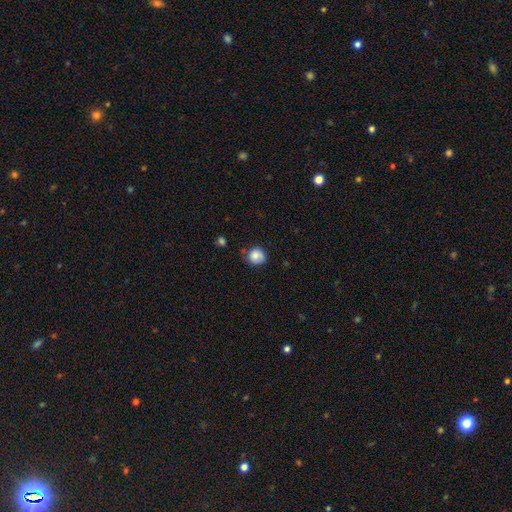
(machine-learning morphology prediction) Smooth or featured? smooth (79%)
How rounded? round (85%)
Merging? none (67%)